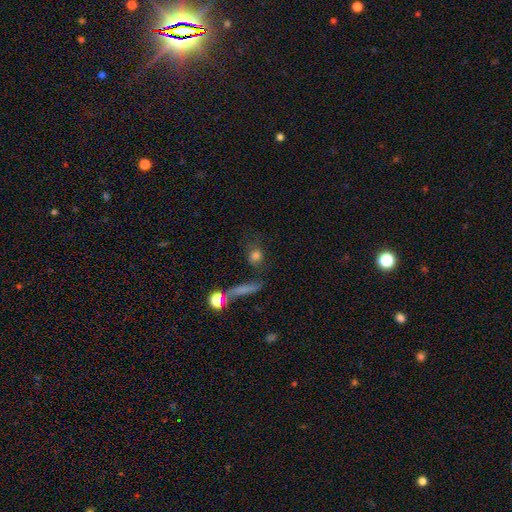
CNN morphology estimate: The model was most divided on "how rounded": round: 60%, in between: 32%, cigar-shaped: 8%. More confident: smooth or featured — smooth (72%); merging — none (59%).